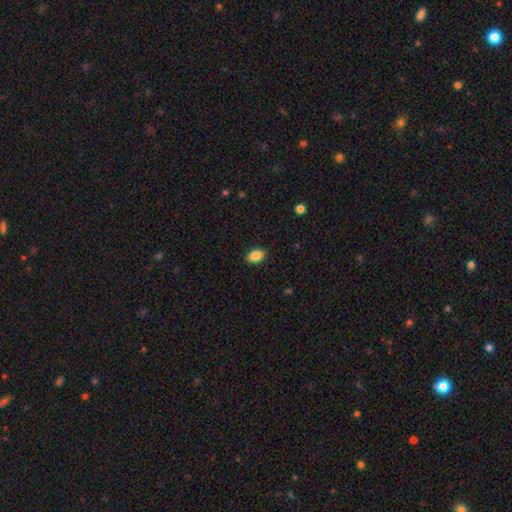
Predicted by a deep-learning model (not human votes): The model was most divided on "how rounded": in between: 86%, round: 12%, cigar-shaped: 2%. More confident: merging — none (89%); smooth or featured — smooth (87%).